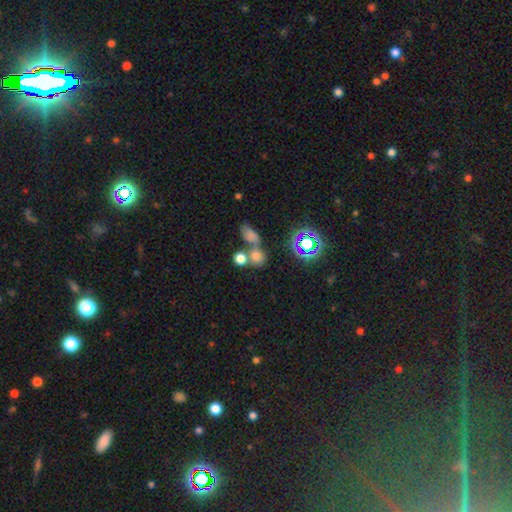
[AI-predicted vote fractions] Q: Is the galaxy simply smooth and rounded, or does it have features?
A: smooth — 66%.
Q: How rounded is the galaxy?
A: round — 71%.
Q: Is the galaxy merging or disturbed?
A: merger — 44%.